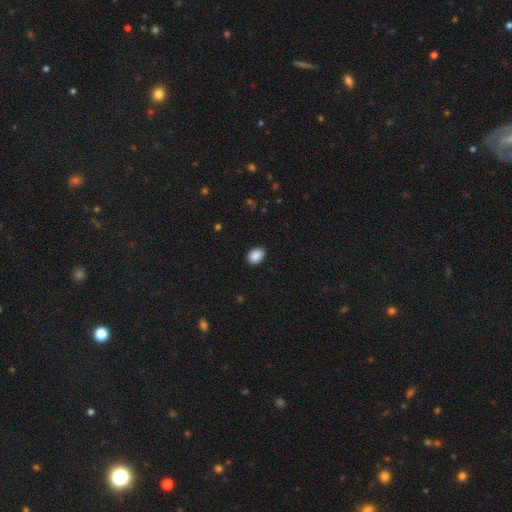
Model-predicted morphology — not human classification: This is clearly a smooth galaxy (90%). How rounded: likely in between (77%). Merging: clearly none (87%).